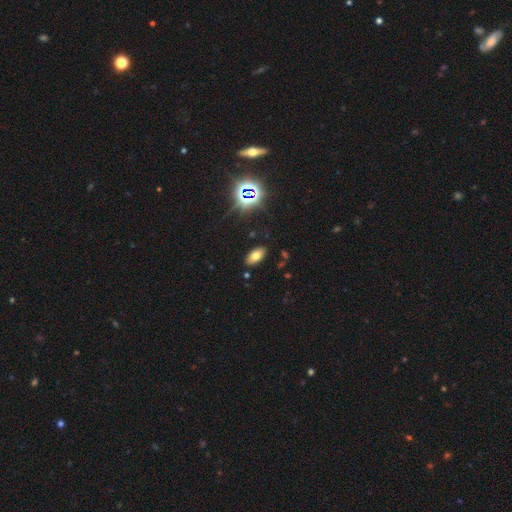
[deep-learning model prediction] A smooth galaxy with no disk features (68%) that is in between round and cigar-shaped (91%).

Vote fractions:
- Smooth or featured? smooth: 68% / star or artifact: 18% / featured or disk: 14%
- How rounded? in between: 91% / cigar-shaped: 5% / round: 4%
- Merging? none: 87% / minor disturbance: 9% / major disturbance: 3% / merger: 2%